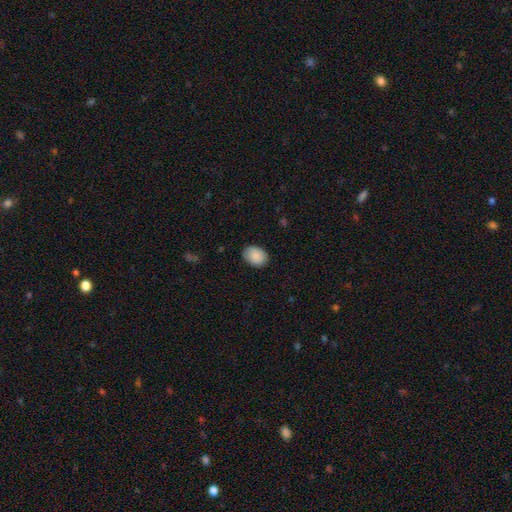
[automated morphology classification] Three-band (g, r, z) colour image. It shows a smooth galaxy with no disk features (89%) that is in between round and cigar-shaped (69%). Merging: none (85%).